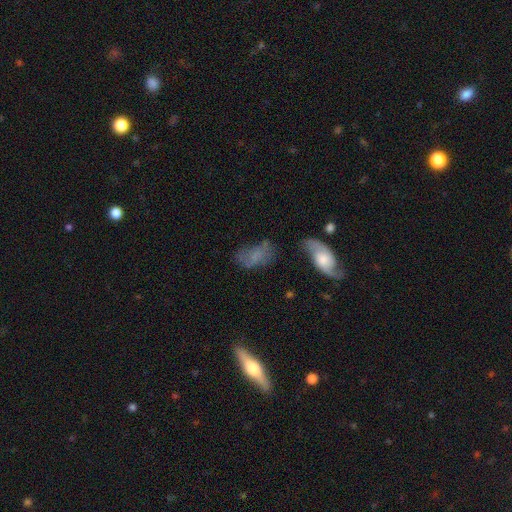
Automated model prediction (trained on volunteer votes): Q: Smooth or featured?
A: smooth (56%); runner-up: featured or disk (31%)
Q: How rounded?
A: in between (89%); runner-up: round (7%)
Q: Merging?
A: none (46%); runner-up: minor disturbance (27%)